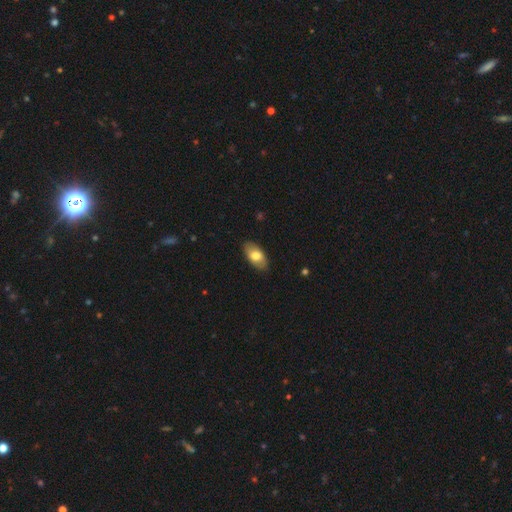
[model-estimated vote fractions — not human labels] The model was most divided on "smooth or featured": smooth: 74%, featured or disk: 20%, star or artifact: 6%. More confident: how rounded — in between (93%); merging — none (87%).